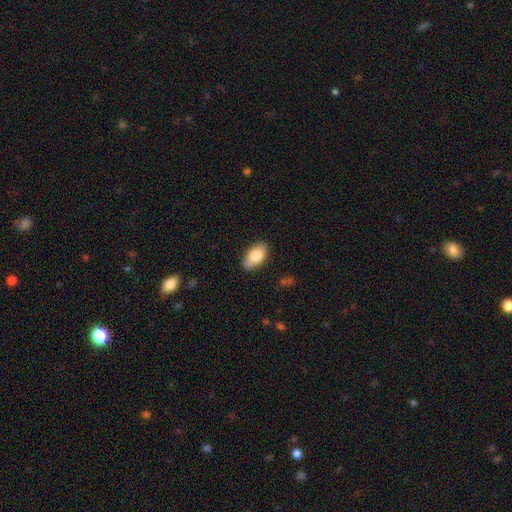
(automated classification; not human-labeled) Morphology: type=smooth (80%); roundness=in between (93%); merging=none (84%).